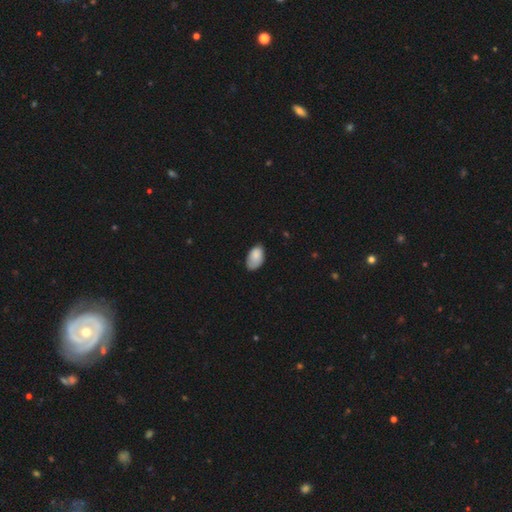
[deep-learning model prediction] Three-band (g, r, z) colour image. It shows a smooth galaxy with no disk features (84%) that is in between round and cigar-shaped (94%). Merging: none (64%).